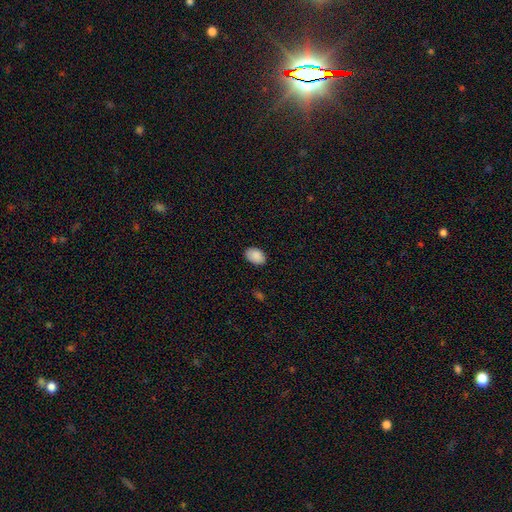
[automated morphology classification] smooth-or-featured: smooth: 90% | star or artifact: 7% | featured or disk: 3%
  how-rounded: in between: 86% | round: 13% | cigar-shaped: 1%
  merging: none: 86% | minor disturbance: 11% | major disturbance: 2% | merger: 1%